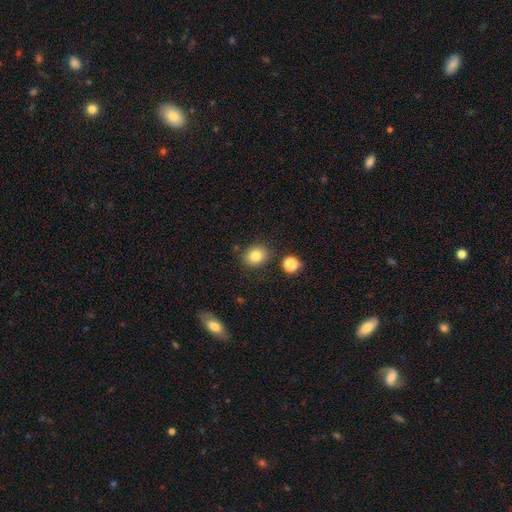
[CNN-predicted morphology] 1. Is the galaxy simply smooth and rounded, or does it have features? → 82% smooth, 10% star or artifact, 7% featured or disk.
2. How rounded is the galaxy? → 54% round, 45% in between, 1% cigar-shaped.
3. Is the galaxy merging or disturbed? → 82% none, 11% minor disturbance, 4% merger, 3% major disturbance.